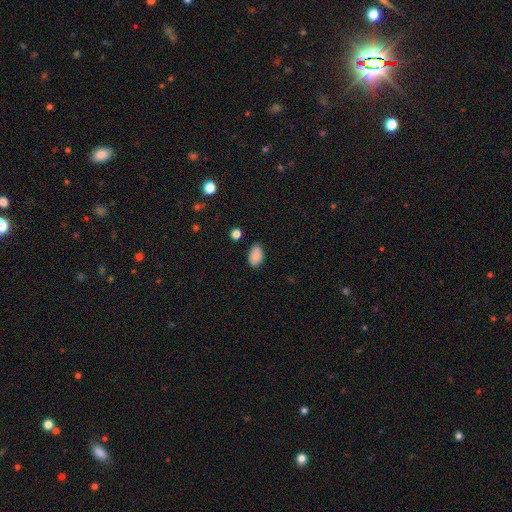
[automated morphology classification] The model was most divided on "merging": none: 74%, minor disturbance: 20%, major disturbance: 4%, merger: 3%. More confident: how rounded — in between (90%); smooth or featured — smooth (87%).